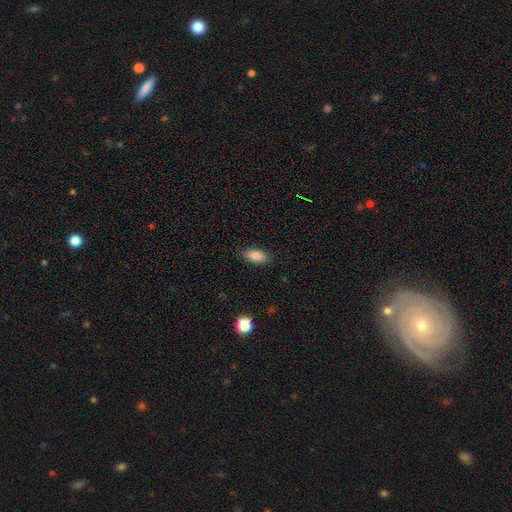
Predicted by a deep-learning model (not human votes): smooth 87%, star or artifact 7%, featured or disk 6%. Down the decision tree: how rounded — in between (89%); merging — none (87%).